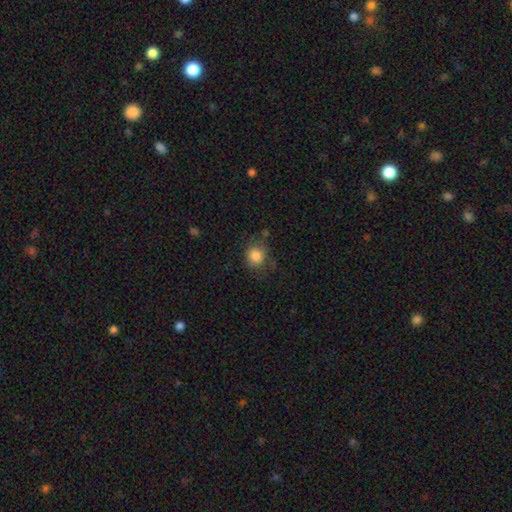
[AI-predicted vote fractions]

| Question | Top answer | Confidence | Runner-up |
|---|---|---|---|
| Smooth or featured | smooth | 84% | star or artifact (10%) |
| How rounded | round | 82% | in between (17%) |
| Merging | none | 70% | minor disturbance (20%) |